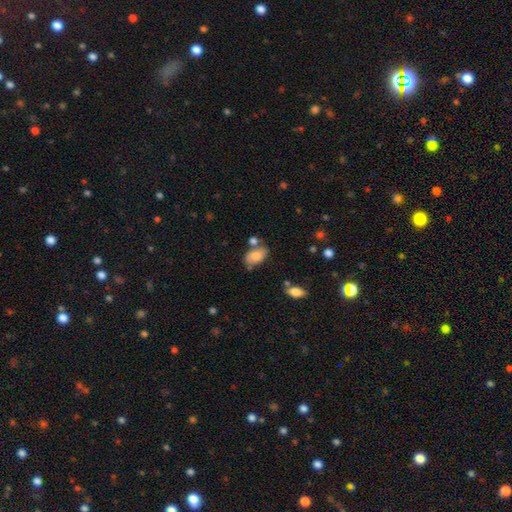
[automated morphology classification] Q: Smooth or featured?
A: smooth (80%); runner-up: featured or disk (13%)
Q: How rounded?
A: in between (92%); runner-up: round (5%)
Q: Merging?
A: none (62%); runner-up: minor disturbance (19%)